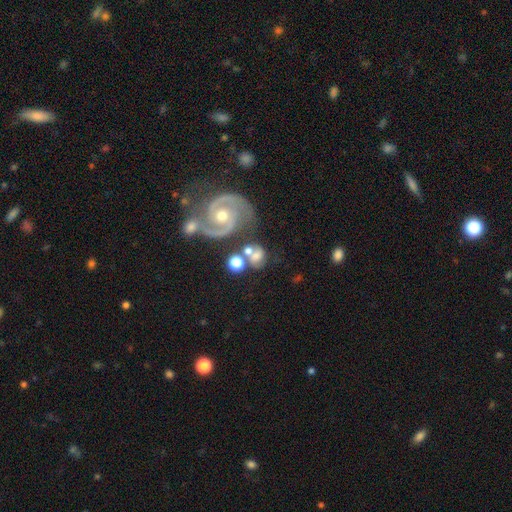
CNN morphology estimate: Smooth or featured: featured or disk — 54% (smooth — 36%)
Edge-on disk: no — 97% (yes — 3%)
Bar: no — 56% (weak — 32%)
Spiral arms: yes — 84% (no — 16%)
Bulge size: moderate — 58% (small — 25%)
Merging: none — 40% (merger — 31%)